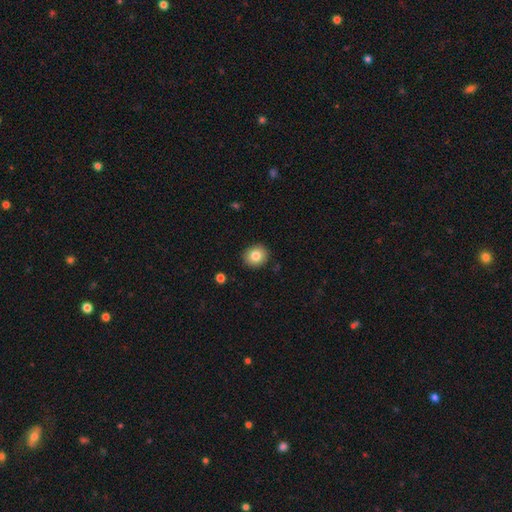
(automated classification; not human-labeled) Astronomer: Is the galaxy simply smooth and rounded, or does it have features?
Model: smooth — 83%.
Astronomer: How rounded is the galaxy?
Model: round — 79%.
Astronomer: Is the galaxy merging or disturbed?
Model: none — 90%.